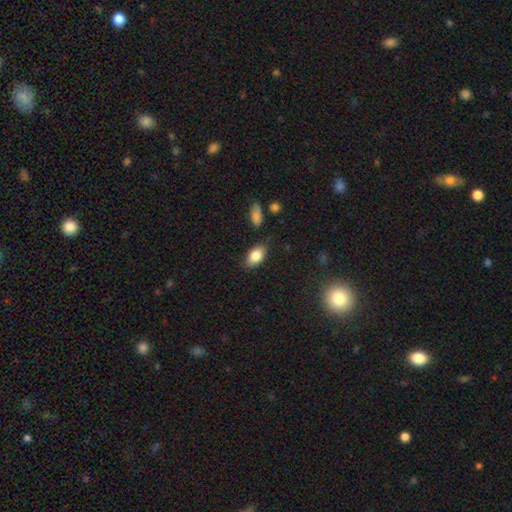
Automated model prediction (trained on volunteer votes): A smooth galaxy with no disk features (84%) that is in between round and cigar-shaped (90%). Merging: none (81%).